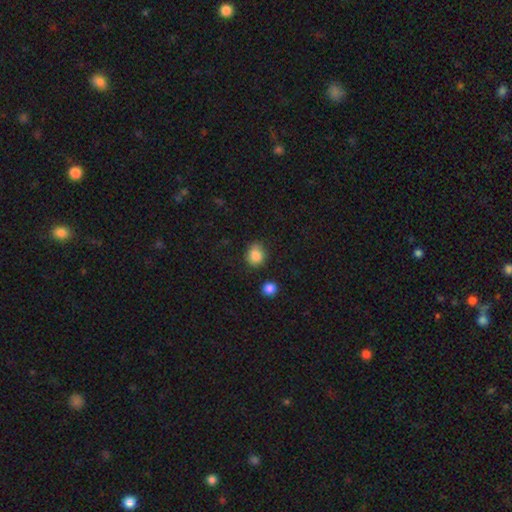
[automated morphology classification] type=smooth (85%); roundness=round (67%); merging=none (69%).